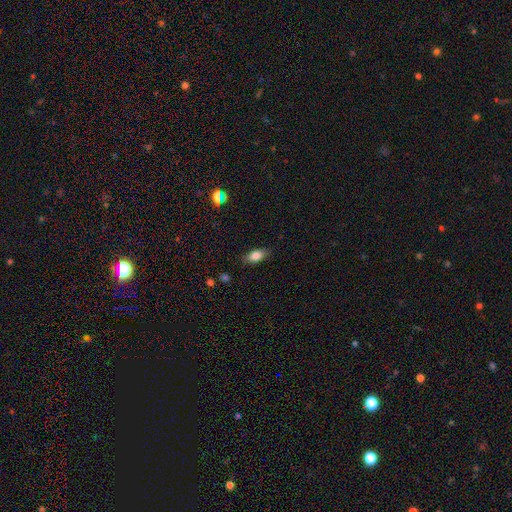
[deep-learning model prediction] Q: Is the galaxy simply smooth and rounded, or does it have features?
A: smooth — 80%.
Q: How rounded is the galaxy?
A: in between — 85%.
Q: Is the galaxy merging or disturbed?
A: none — 84%.